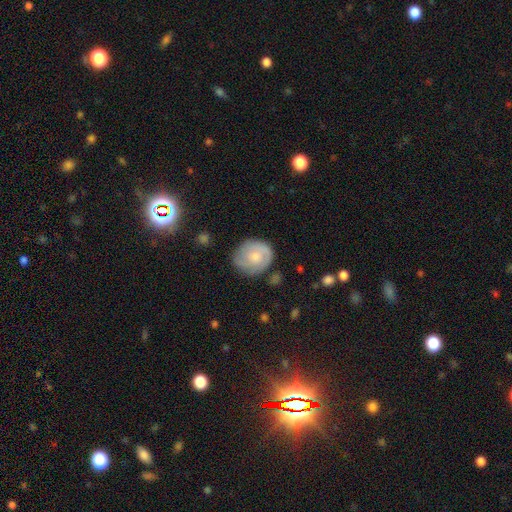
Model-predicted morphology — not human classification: Q: Smooth or featured?
A: smooth (54%); runner-up: featured or disk (39%)
Q: How rounded?
A: round (73%); runner-up: in between (26%)
Q: Merging?
A: none (67%); runner-up: minor disturbance (24%)